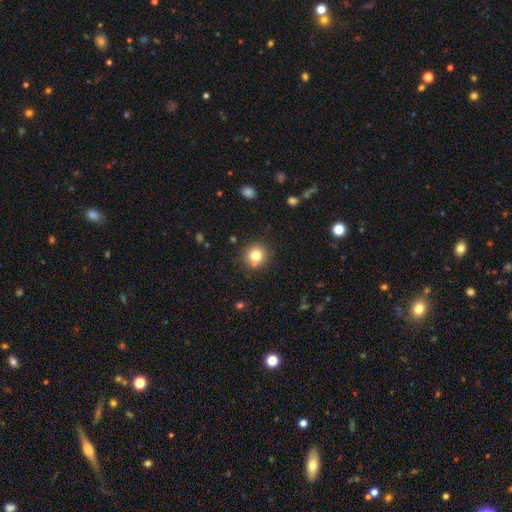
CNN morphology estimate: A smooth galaxy with no disk features (78%) that is round (92%). Merging: none (83%).